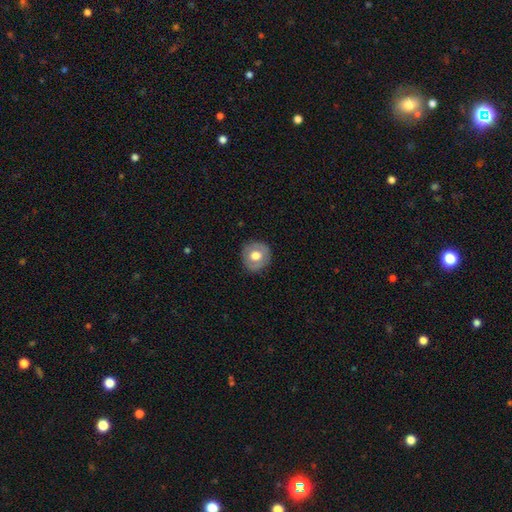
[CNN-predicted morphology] The model was most divided on "smooth or featured": smooth: 62%, featured or disk: 31%, star or artifact: 7%. More confident: how rounded — round (90%); merging — none (86%).